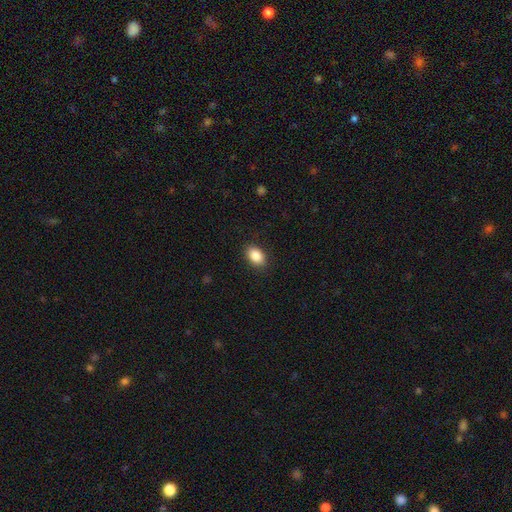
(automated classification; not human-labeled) This is clearly a smooth galaxy (88%). How rounded: clearly in between (85%). Merging: clearly none (88%).